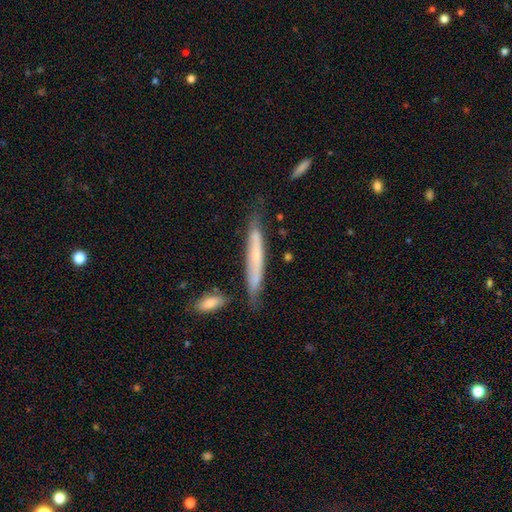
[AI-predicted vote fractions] The model was most divided on "smooth or featured": featured or disk: 51%, smooth: 43%, star or artifact: 7%. More confident: edge-on disk — yes (76%); merging — none (62%).